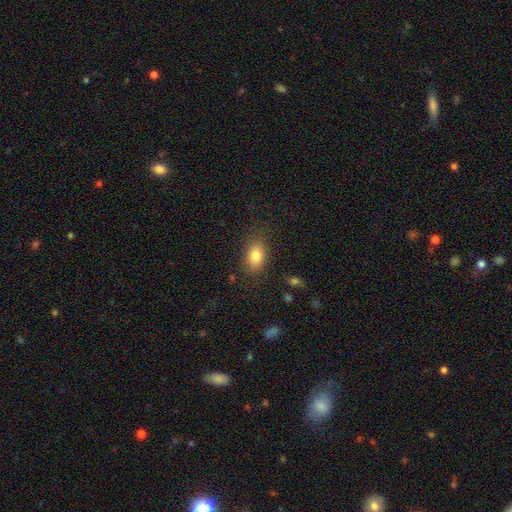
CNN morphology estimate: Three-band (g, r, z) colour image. It shows a smooth galaxy with no disk features (81%) that is in between round and cigar-shaped (84%). Merging: none (78%).